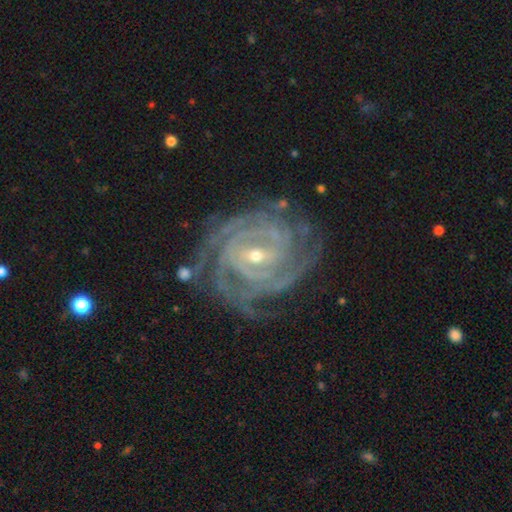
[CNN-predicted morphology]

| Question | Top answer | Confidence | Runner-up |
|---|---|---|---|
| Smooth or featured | featured or disk | 91% | star or artifact (5%) |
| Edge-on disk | no | 97% | yes (3%) |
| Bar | weak | 46% | strong (35%) |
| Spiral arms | yes | 98% | no (2%) |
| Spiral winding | tight | 81% | medium (16%) |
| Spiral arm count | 4 | 26% | 3 (21%) |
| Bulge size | small | 64% | moderate (33%) |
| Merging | none | 75% | minor disturbance (17%) |